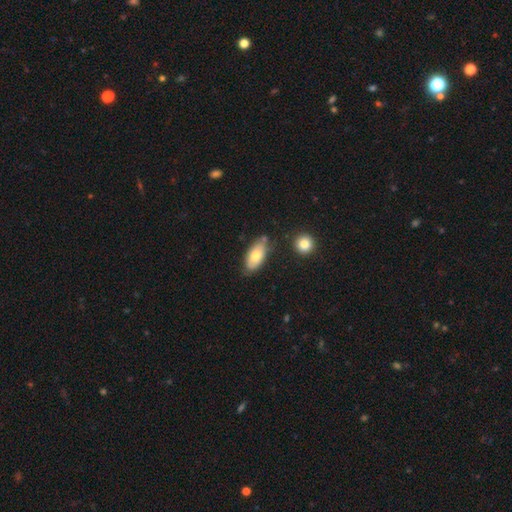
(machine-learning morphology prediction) Smooth or featured? Predicted: smooth (p=0.71). How rounded? Predicted: in between (p=0.91). Merging? Predicted: none (p=0.68).